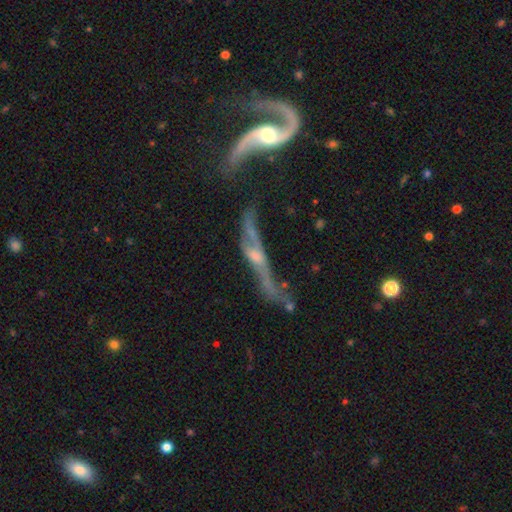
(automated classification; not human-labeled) Overall: featured or disk (77%). Edge-on disk: no (56%; yes 44%). Merging: none (31%; major disturbance 27%).